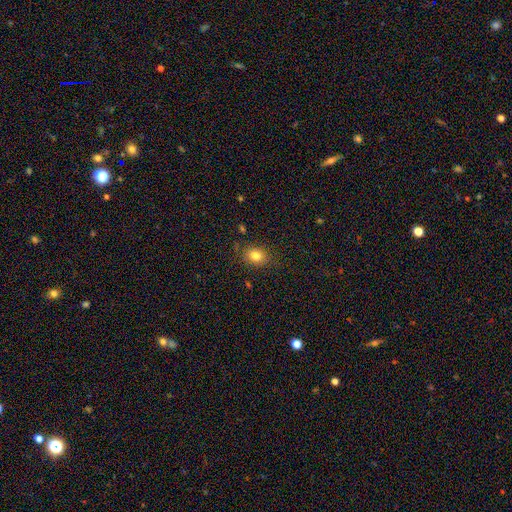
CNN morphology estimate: A smooth galaxy with no disk features (81%) that is round (52%). Merging: none (83%).